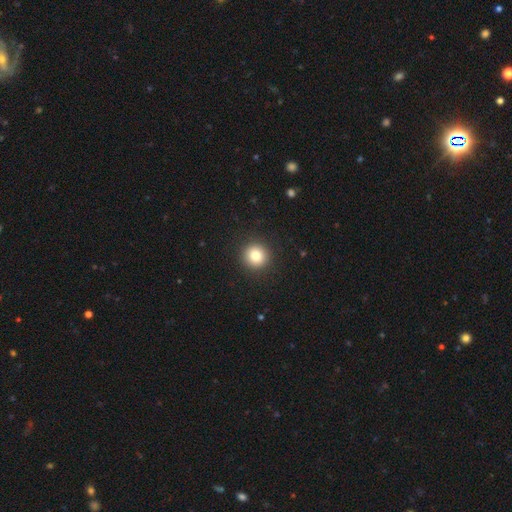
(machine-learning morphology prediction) type=smooth (83%); roundness=round (93%); merging=none (92%).